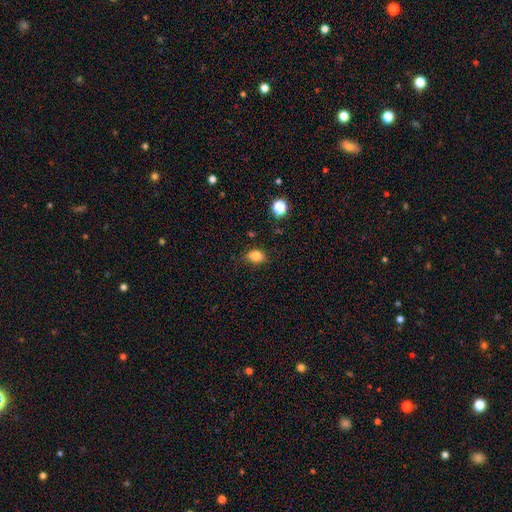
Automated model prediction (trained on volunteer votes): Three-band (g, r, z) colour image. It shows a smooth galaxy with no disk features (82%) that is in between round and cigar-shaped (72%). Merging: none (77%).